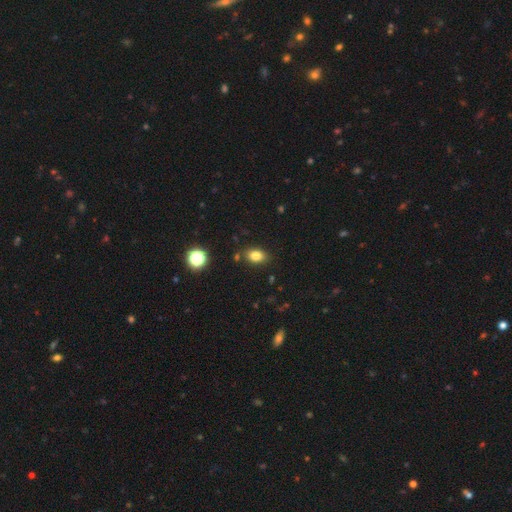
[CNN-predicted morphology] Q: Smooth or featured?
A: smooth (81%); runner-up: star or artifact (11%)
Q: How rounded?
A: in between (78%); runner-up: round (20%)
Q: Merging?
A: none (83%); runner-up: minor disturbance (11%)